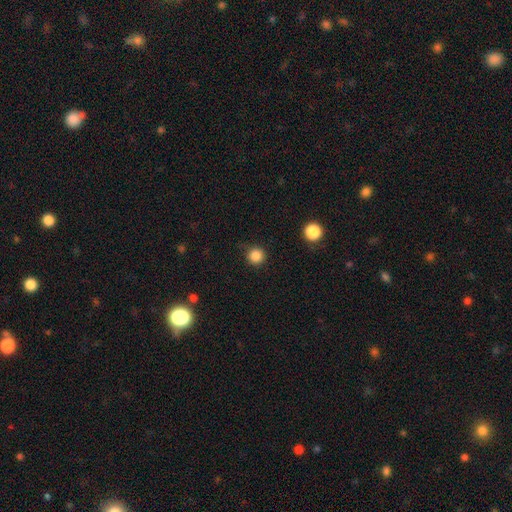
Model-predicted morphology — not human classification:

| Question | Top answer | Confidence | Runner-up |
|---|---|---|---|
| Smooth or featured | smooth | 84% | star or artifact (12%) |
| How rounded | round | 95% | in between (4%) |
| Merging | none | 87% | minor disturbance (9%) |